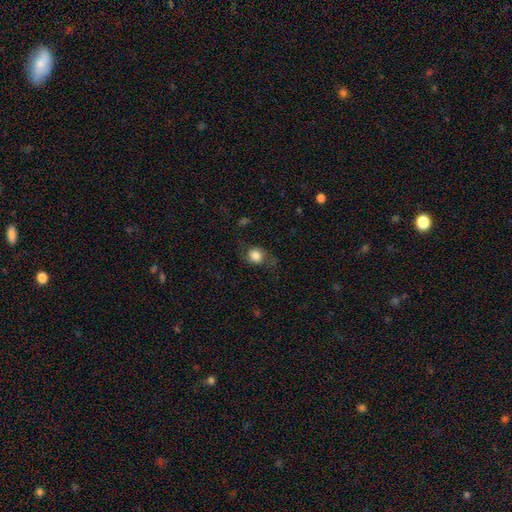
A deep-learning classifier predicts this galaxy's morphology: Smooth or featured? smooth (71%)
How rounded? round (70%)
Merging? none (58%)